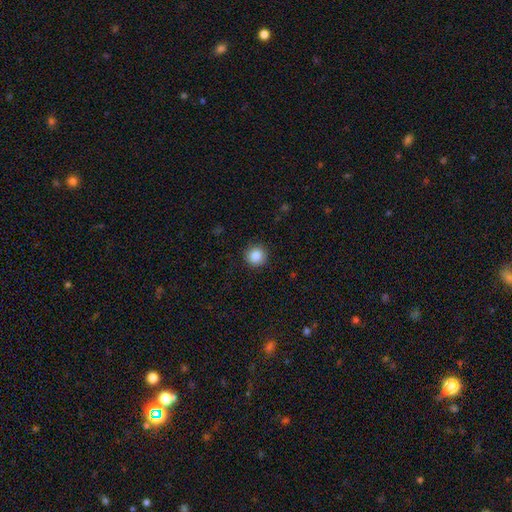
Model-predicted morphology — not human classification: type=smooth (86%); roundness=round (95%); merging=none (92%).